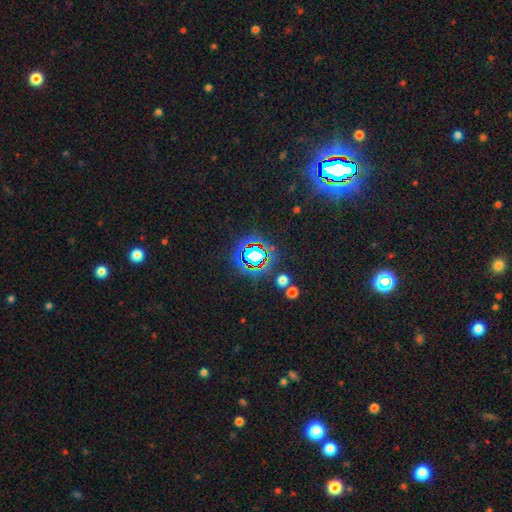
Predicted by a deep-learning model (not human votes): smooth_or_featured: star or artifact (p=0.69) [alt: smooth p=0.20]